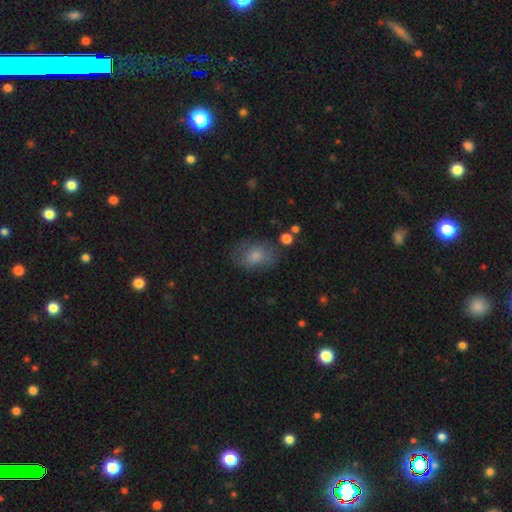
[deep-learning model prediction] Smooth or featured? Predicted: smooth (p=0.73). How rounded? Predicted: in between (p=0.81). Merging? Predicted: none (p=0.59).